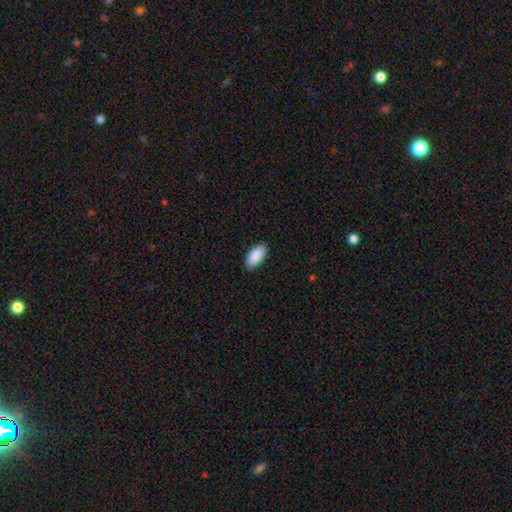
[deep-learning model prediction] Overall: smooth (91%). How rounded: in between (95%). Merging: none (89%).